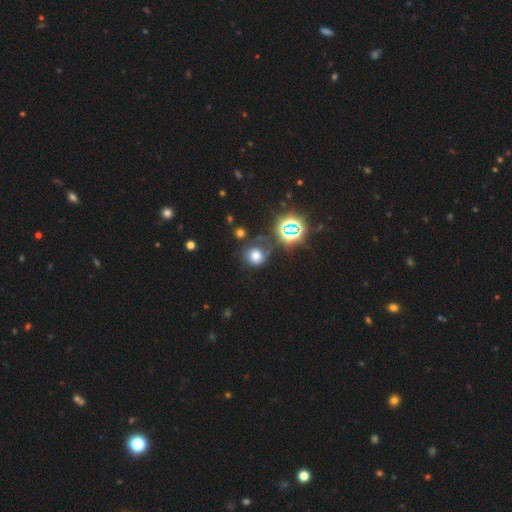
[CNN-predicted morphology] This appears to be a smooth galaxy with no disk features (62%) that is round (84%). Merging: none (63%).